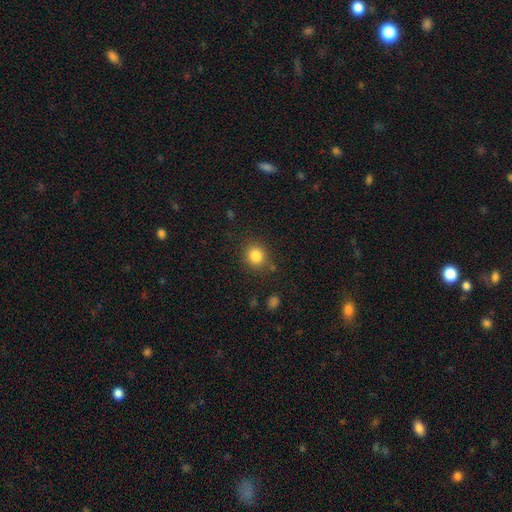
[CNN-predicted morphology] smooth_or_featured: smooth (p=0.84) [alt: star or artifact p=0.11]
how_rounded: round (p=0.84) [alt: in between p=0.15]
merging: none (p=0.82) [alt: minor disturbance p=0.11]